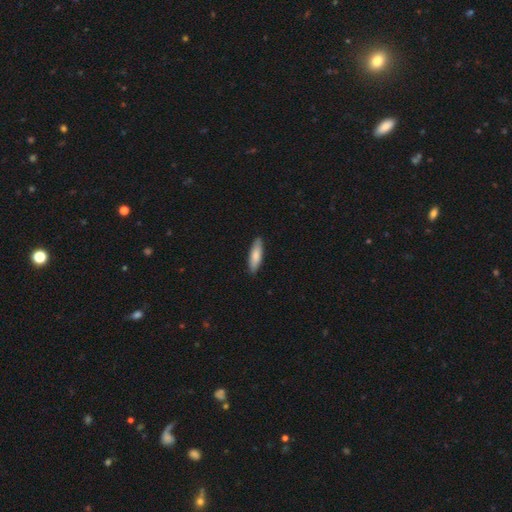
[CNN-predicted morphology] smooth-or-featured: smooth: 80% | featured or disk: 15% | star or artifact: 5%
  how-rounded: cigar-shaped: 61% | in between: 38% | round: 2%
  merging: none: 89% | minor disturbance: 9% | major disturbance: 2% | merger: 1%